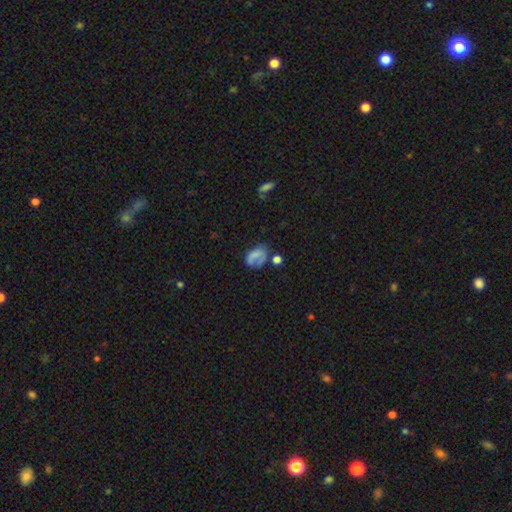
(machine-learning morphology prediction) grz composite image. It shows a smooth galaxy with no disk features (62%) that is in between round and cigar-shaped (70%). Merging: none (39%).